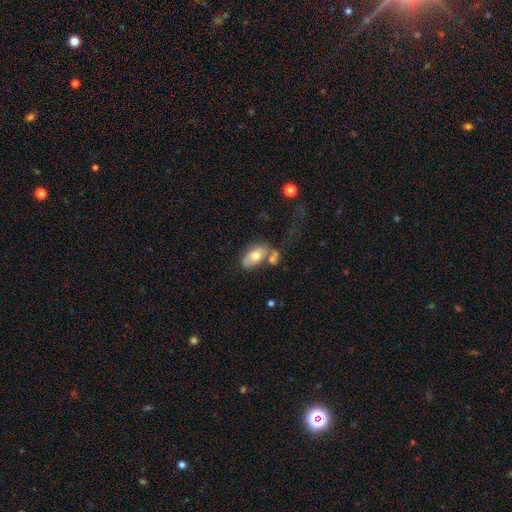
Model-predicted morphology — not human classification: Smooth or featured? Predicted: smooth (p=0.62). How rounded? Predicted: in between (p=0.91). Merging? Predicted: none (p=0.45).